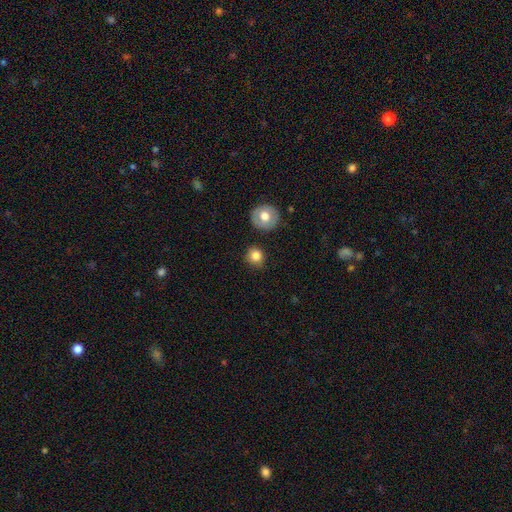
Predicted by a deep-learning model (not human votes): smooth 81%, star or artifact 10%, featured or disk 9%. Down the decision tree: how rounded — round (87%); merging — none (84%).